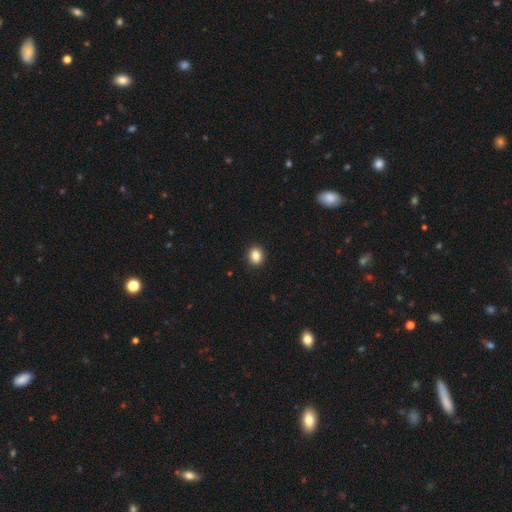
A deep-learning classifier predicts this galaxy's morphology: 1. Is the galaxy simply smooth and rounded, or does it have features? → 86% smooth, 10% star or artifact, 5% featured or disk.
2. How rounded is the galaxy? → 59% round, 40% in between, 1% cigar-shaped.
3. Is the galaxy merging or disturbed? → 92% none, 6% minor disturbance, 2% major disturbance, 1% merger.